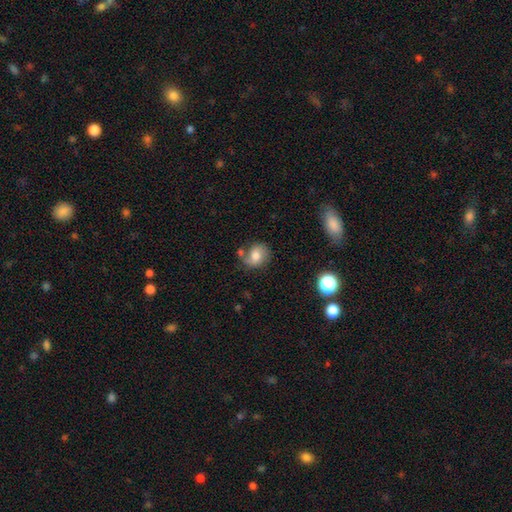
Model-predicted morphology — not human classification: A smooth galaxy with no disk features (61%) that is round (59%).

Vote fractions:
- Smooth or featured? smooth: 61% / featured or disk: 29% / star or artifact: 10%
- How rounded? round: 59% / in between: 40% / cigar-shaped: 1%
- Merging? none: 55% / minor disturbance: 22% / merger: 15% / major disturbance: 8%